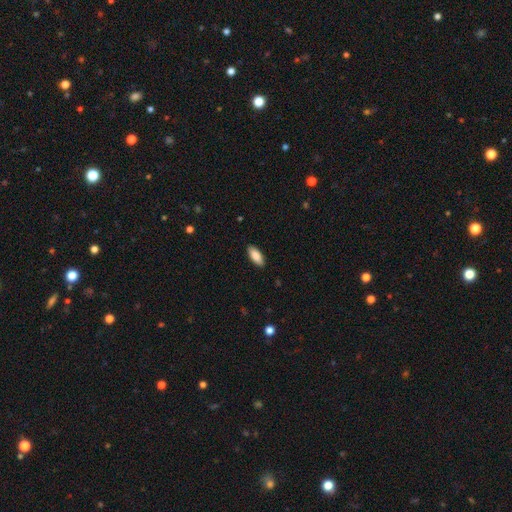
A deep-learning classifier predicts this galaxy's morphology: Smooth or featured? Predicted: smooth (p=0.87). How rounded? Predicted: in between (p=0.83). Merging? Predicted: none (p=0.89).